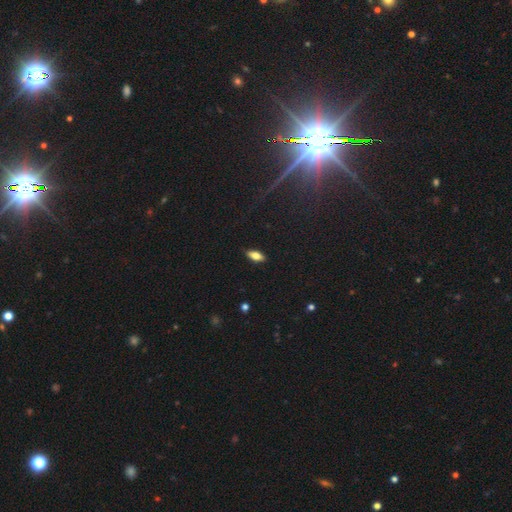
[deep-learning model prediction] smooth-or-featured: smooth: 71% | featured or disk: 21% | star or artifact: 8%
  how-rounded: in between: 80% | cigar-shaped: 17% | round: 3%
  merging: none: 88% | minor disturbance: 9% | major disturbance: 2% | merger: 1%